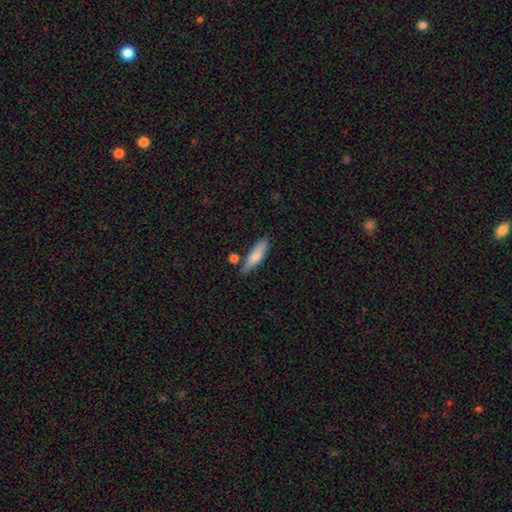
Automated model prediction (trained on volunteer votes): This appears to be a smooth galaxy with no disk features (79%) that is cigar-shaped (64%). Merging: none (70%).